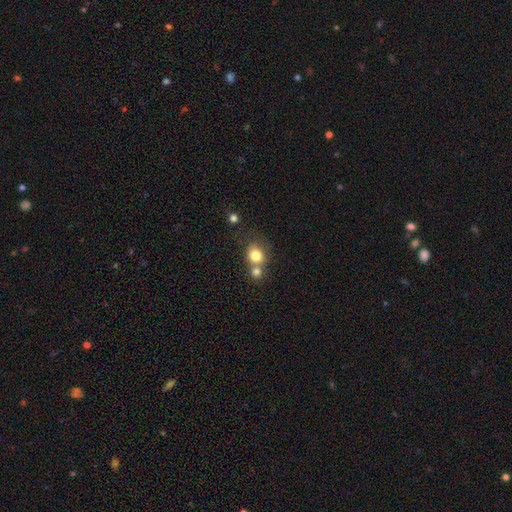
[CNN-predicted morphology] The model was most divided on "merging": merger: 45%, none: 42%, minor disturbance: 9%, major disturbance: 4%. More confident: smooth or featured — smooth (79%); how rounded — round (74%).